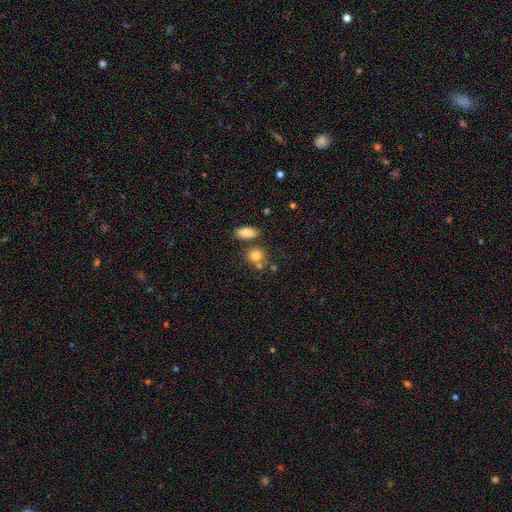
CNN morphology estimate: This appears to be a smooth galaxy with no disk features (80%) that is round (68%). Merging: none (58%).